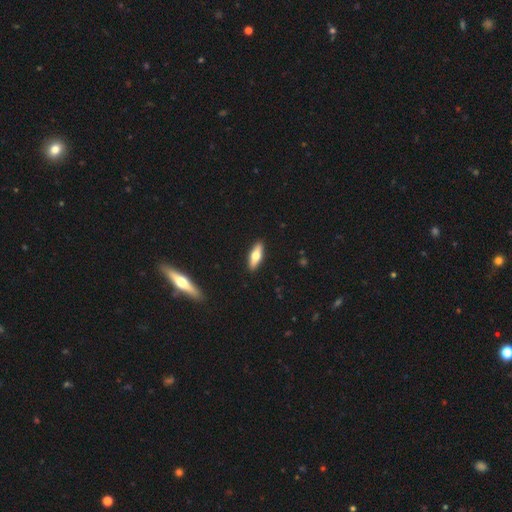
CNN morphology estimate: A smooth galaxy with no disk features (58%) that is in between round and cigar-shaped (51%). Merging: none (90%).